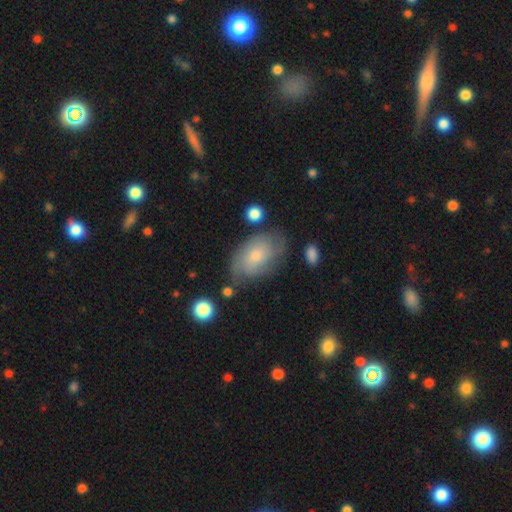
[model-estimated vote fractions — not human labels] A smooth galaxy with no disk features (46%).

Vote fractions:
- Smooth or featured? smooth: 46% / featured or disk: 45% / star or artifact: 8%
- Merging? none: 68% / minor disturbance: 22% / major disturbance: 7% / merger: 3%